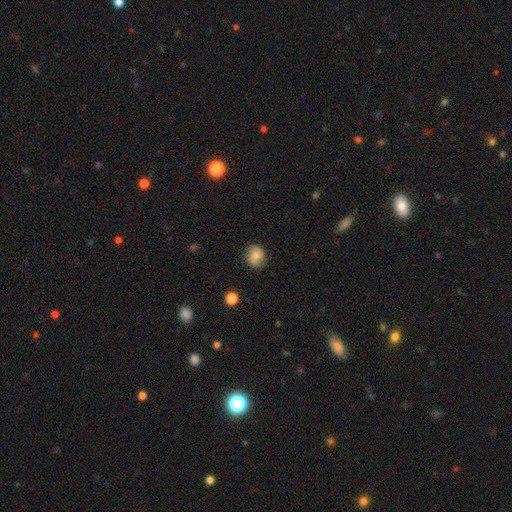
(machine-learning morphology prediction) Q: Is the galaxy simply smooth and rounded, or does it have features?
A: smooth — 70%.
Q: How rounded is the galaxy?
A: round — 68%.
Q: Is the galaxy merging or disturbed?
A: none — 79%.